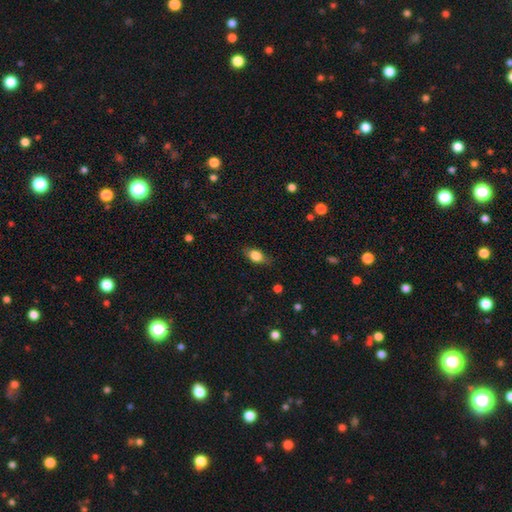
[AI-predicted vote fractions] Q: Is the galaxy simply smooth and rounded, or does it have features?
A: smooth — 79%.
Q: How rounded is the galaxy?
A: in between — 80%.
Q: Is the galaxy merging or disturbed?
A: none — 74%.